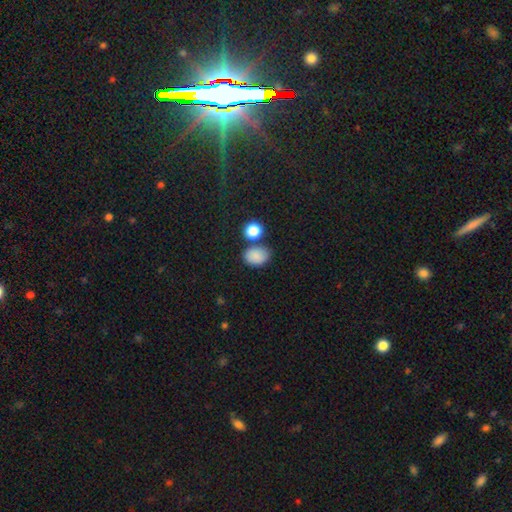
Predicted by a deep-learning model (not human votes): The model was most divided on "how rounded": in between: 72%, round: 27%, cigar-shaped: 1%. More confident: smooth or featured — smooth (86%); merging — none (66%).